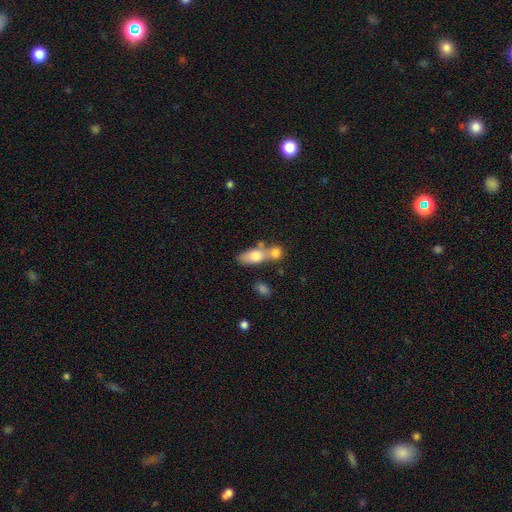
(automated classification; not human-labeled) Smooth or featured?
  - smooth: 73% *
  - featured or disk: 20%
  - star or artifact: 7%
How rounded?
  - in between: 75% *
  - cigar-shaped: 15%
  - round: 10%
Merging?
  - merger: 54% *
  - none: 30%
  - minor disturbance: 10%
  - major disturbance: 6%